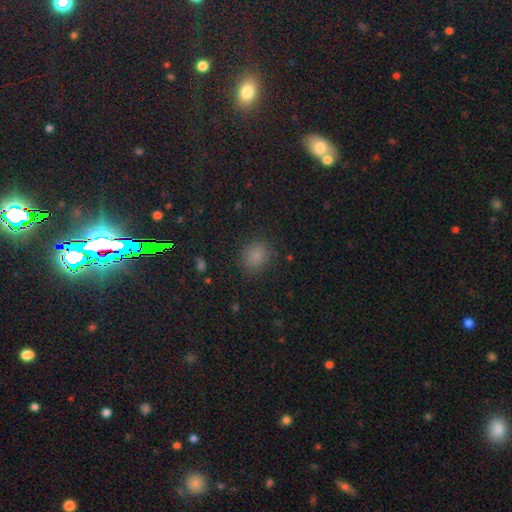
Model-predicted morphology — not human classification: smooth_or_featured: smooth (p=0.80) [alt: star or artifact p=0.15]
how_rounded: round (p=0.64) [alt: in between p=0.35]
merging: none (p=0.85) [alt: minor disturbance p=0.11]